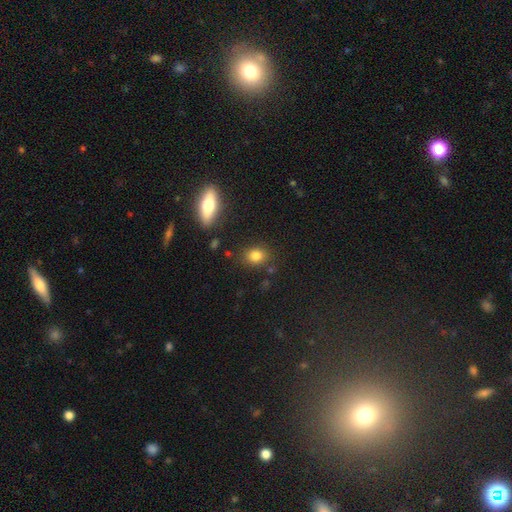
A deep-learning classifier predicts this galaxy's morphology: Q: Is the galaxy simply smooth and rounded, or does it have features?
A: smooth — 82%.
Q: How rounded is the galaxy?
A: in between — 51%.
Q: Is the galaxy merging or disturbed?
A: none — 83%.